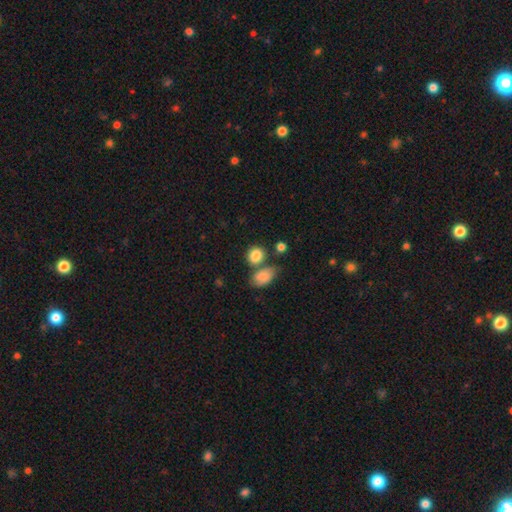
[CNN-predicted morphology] A smooth galaxy with no disk features (86%) that is round (57%). Merging: none (55%).